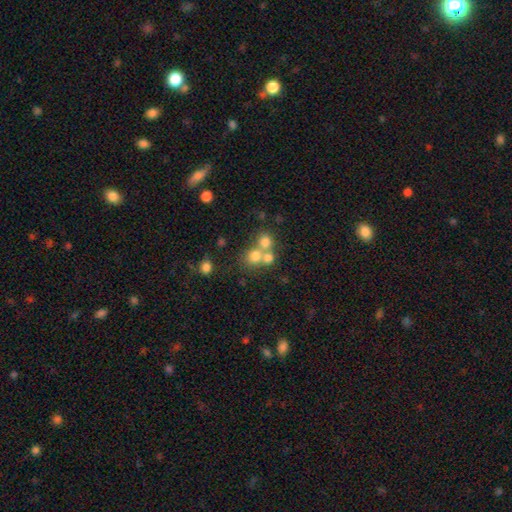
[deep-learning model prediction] Smooth or featured?
  - smooth: 69% *
  - star or artifact: 16%
  - featured or disk: 16%
How rounded?
  - round: 82% *
  - in between: 17%
  - cigar-shaped: 1%
Merging?
  - merger: 48% *
  - none: 41%
  - minor disturbance: 6%
  - major disturbance: 4%